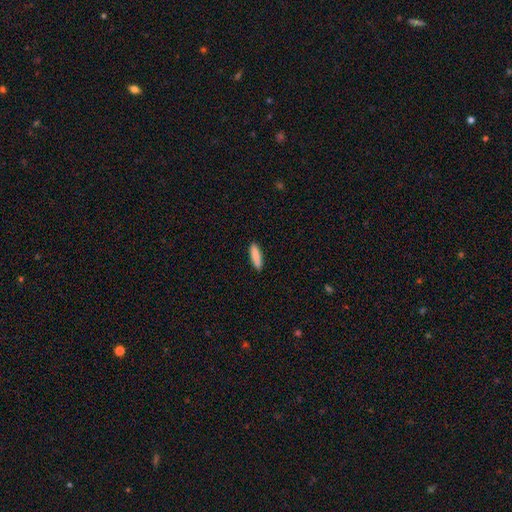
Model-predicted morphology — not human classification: Overall: smooth (87%). How rounded: cigar-shaped (72%). Merging: none (89%).